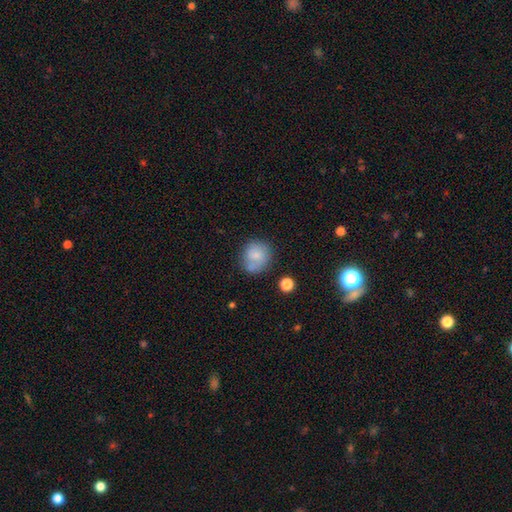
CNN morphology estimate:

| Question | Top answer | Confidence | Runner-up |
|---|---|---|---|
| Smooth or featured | smooth | 73% | featured or disk (18%) |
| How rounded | round | 79% | in between (20%) |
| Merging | none | 60% | minor disturbance (22%) |